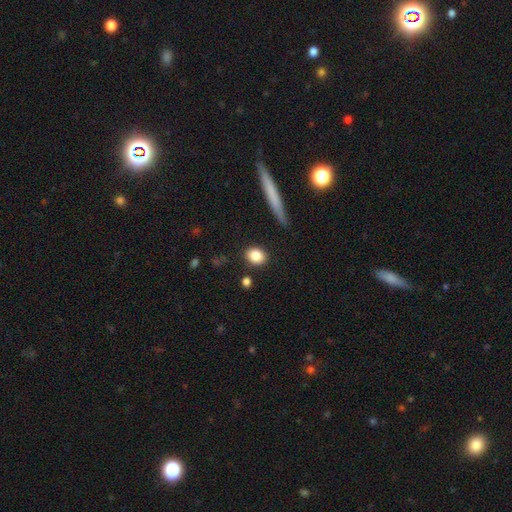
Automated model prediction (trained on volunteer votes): Smooth or featured: smooth — 84% (star or artifact — 8%)
How rounded: round — 50% (in between — 47%)
Merging: none — 86% (minor disturbance — 8%)